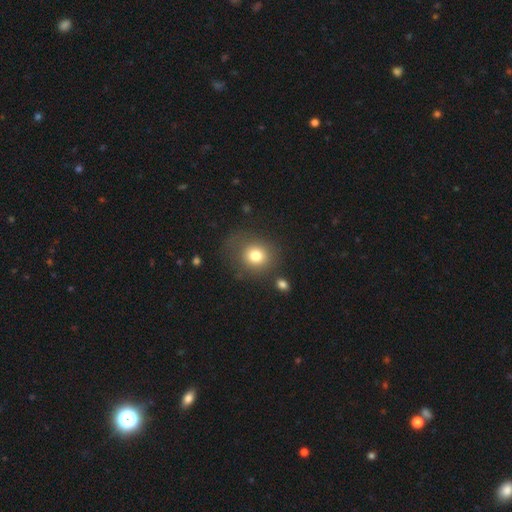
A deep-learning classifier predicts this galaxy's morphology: Q: Smooth or featured?
A: smooth (78%); runner-up: star or artifact (11%)
Q: How rounded?
A: round (77%); runner-up: in between (22%)
Q: Merging?
A: none (69%); runner-up: minor disturbance (17%)